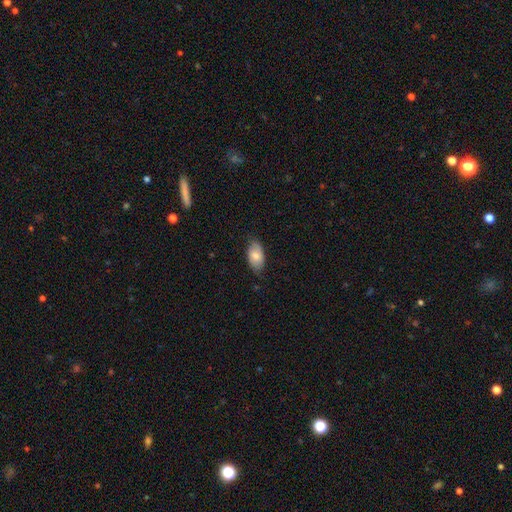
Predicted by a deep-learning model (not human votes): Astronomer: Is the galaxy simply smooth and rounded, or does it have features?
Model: smooth — 74%.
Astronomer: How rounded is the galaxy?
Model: in between — 94%.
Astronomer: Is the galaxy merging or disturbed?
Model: none — 74%.